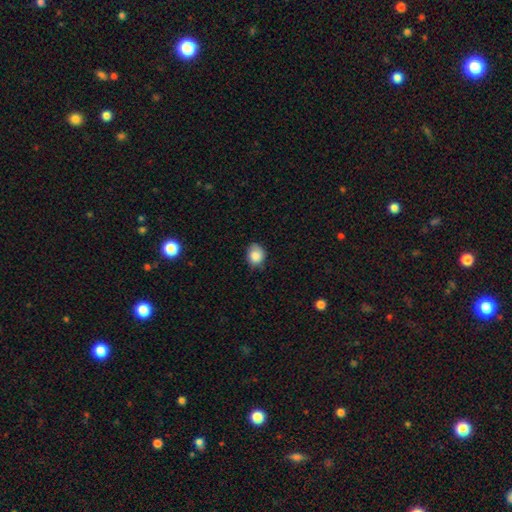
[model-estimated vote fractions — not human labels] Smooth or featured?
  - smooth: 86% *
  - star or artifact: 9%
  - featured or disk: 6%
How rounded?
  - round: 63% *
  - in between: 36%
  - cigar-shaped: 1%
Merging?
  - none: 66% *
  - minor disturbance: 28%
  - major disturbance: 4%
  - merger: 1%